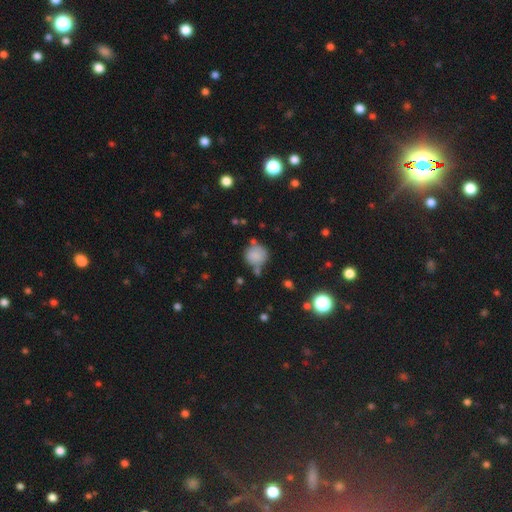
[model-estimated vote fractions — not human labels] This is clearly a smooth galaxy (80%). How rounded: clearly round (87%). Merging: possibly none (59%).